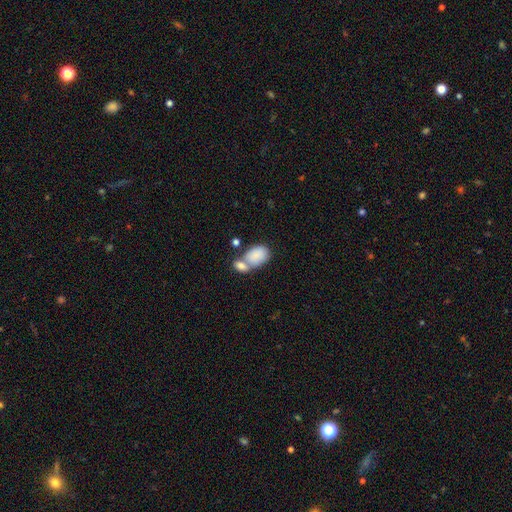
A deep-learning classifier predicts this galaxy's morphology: smooth_or_featured: smooth (p=0.82) [alt: featured or disk p=0.11]
how_rounded: in between (p=0.87) [alt: round p=0.11]
merging: merger (p=0.54) [alt: none p=0.29]